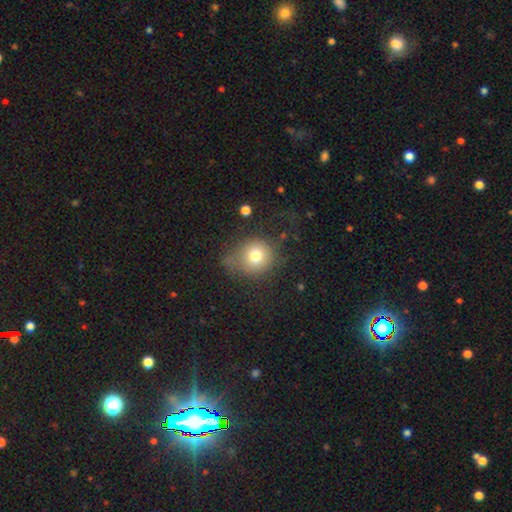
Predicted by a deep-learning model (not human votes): Smooth or featured?
  - smooth: 74% *
  - star or artifact: 13%
  - featured or disk: 13%
How rounded?
  - round: 83% *
  - in between: 16%
  - cigar-shaped: 1%
Merging?
  - none: 53% *
  - minor disturbance: 24%
  - major disturbance: 20%
  - merger: 3%